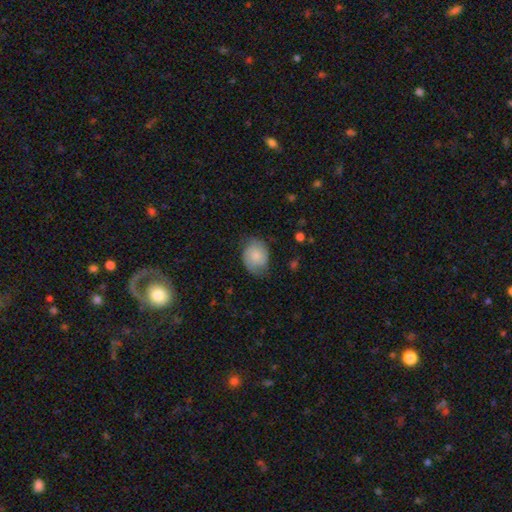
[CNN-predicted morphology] Q: Smooth or featured?
A: smooth (57%); runner-up: featured or disk (35%)
Q: How rounded?
A: in between (55%); runner-up: round (44%)
Q: Merging?
A: none (61%); runner-up: minor disturbance (28%)